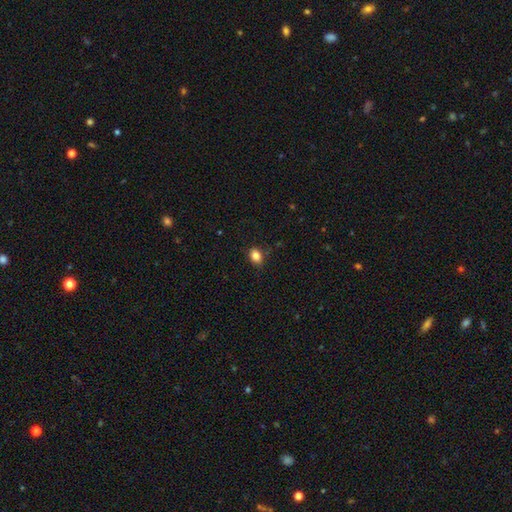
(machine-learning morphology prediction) Overall: smooth (85%). How rounded: in between (69%). Merging: none (80%).